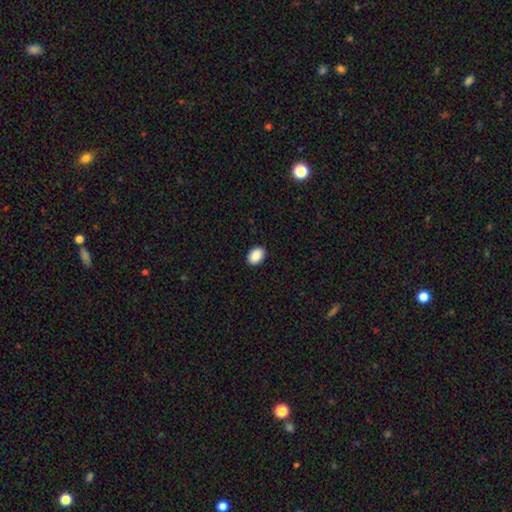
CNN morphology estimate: A smooth galaxy with no disk features (90%) that is in between round and cigar-shaped (72%). Merging: none (91%).